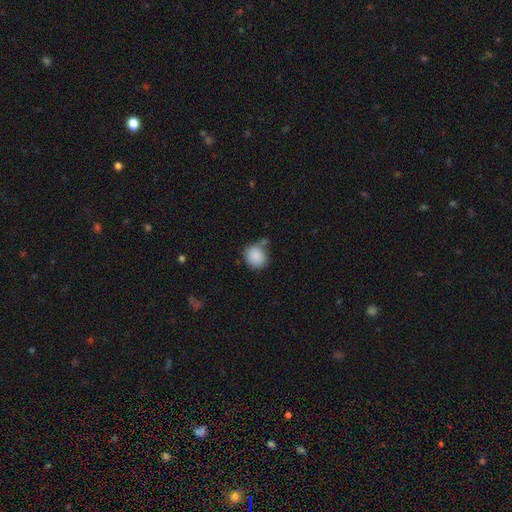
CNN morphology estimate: type=smooth (88%); roundness=round (80%); merging=none (62%).